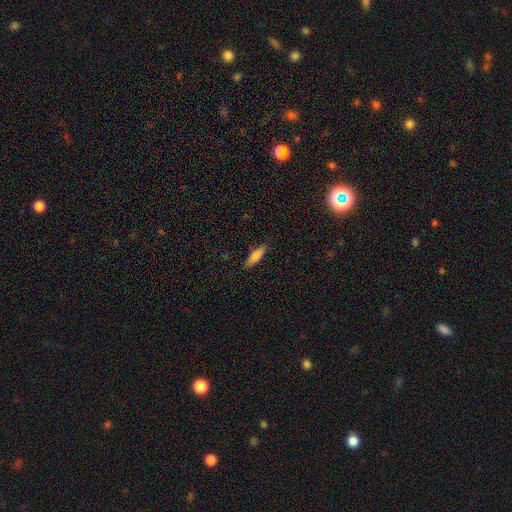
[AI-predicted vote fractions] Smooth or featured: smooth — 78% (featured or disk — 14%)
How rounded: cigar-shaped — 55% (in between — 44%)
Merging: none — 84% (minor disturbance — 12%)